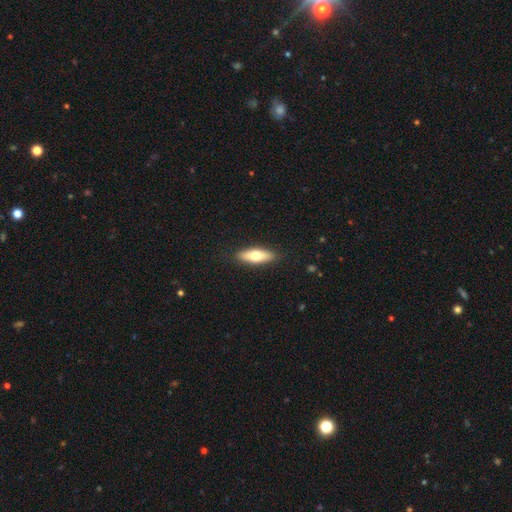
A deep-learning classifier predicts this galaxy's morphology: Smooth or featured?
  - smooth: 62% *
  - featured or disk: 32%
  - star or artifact: 6%
How rounded?
  - in between: 55% *
  - cigar-shaped: 42%
  - round: 3%
Merging?
  - none: 89% *
  - minor disturbance: 8%
  - major disturbance: 2%
  - merger: 1%